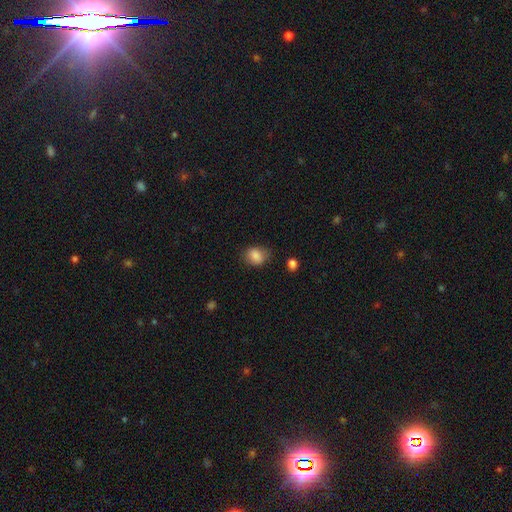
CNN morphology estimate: This is clearly a smooth galaxy (86%). How rounded: possibly in between (53%). Merging: likely none (70%).